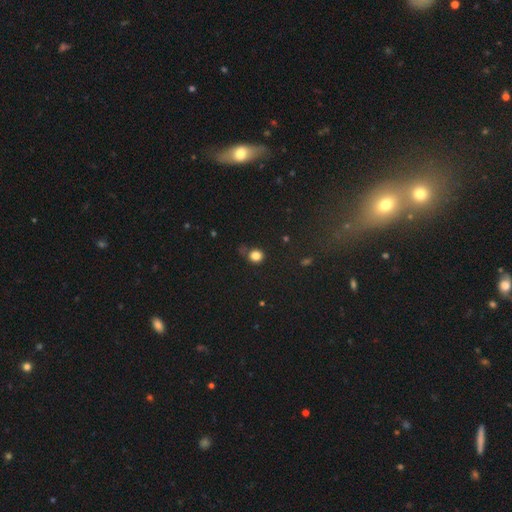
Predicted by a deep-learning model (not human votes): Smooth or featured? Predicted: smooth (p=0.82). How rounded? Predicted: round (p=0.87). Merging? Predicted: none (p=0.73).